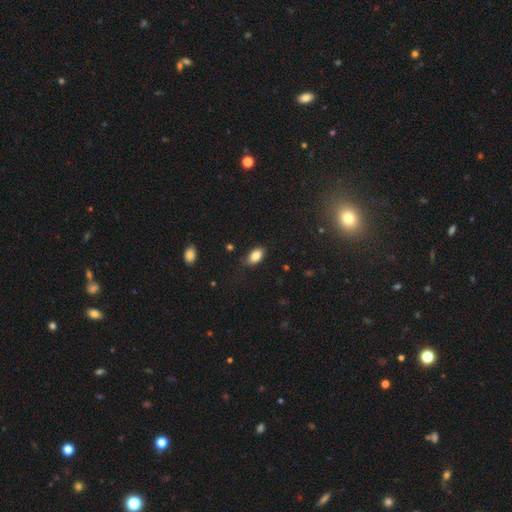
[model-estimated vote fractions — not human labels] Smooth or featured?
  - smooth: 84% *
  - star or artifact: 8%
  - featured or disk: 8%
How rounded?
  - in between: 91% *
  - round: 6%
  - cigar-shaped: 3%
Merging?
  - none: 82% *
  - minor disturbance: 14%
  - major disturbance: 3%
  - merger: 1%